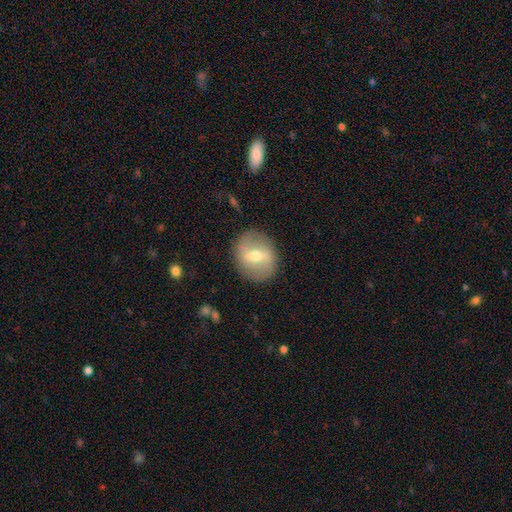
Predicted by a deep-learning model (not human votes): Smooth or featured? featured or disk (56%)
Edge-on disk? no (91%)
Bar? weak (43%)
Spiral arms? no (58%)
Bulge size? moderate (67%)
Merging? none (85%)